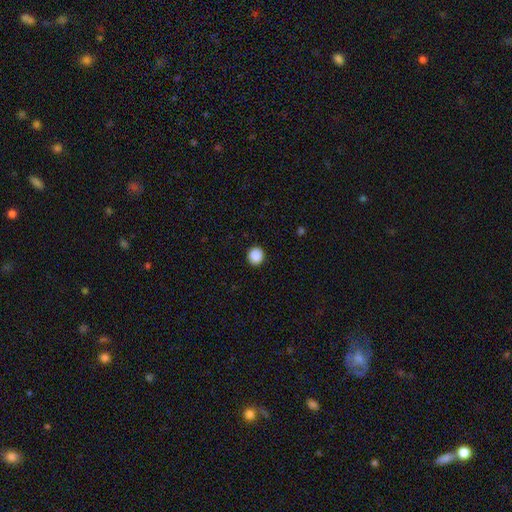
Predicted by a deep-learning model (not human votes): Morphology: type=smooth (89%); roundness=round (90%); merging=none (92%).